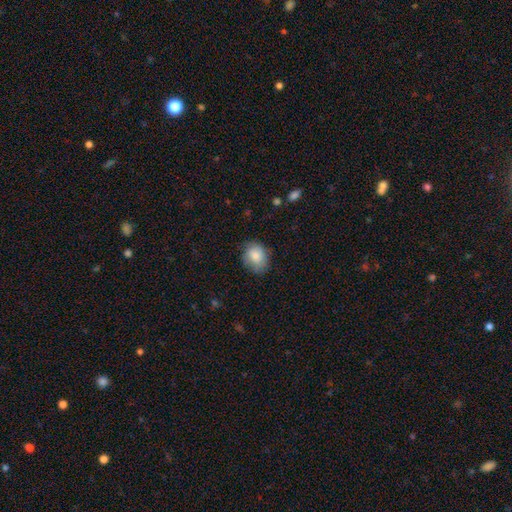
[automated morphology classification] Smooth or featured?
  - smooth: 84% *
  - featured or disk: 8%
  - star or artifact: 7%
How rounded?
  - round: 57% *
  - in between: 42%
  - cigar-shaped: 1%
Merging?
  - none: 72% *
  - minor disturbance: 21%
  - major disturbance: 5%
  - merger: 1%